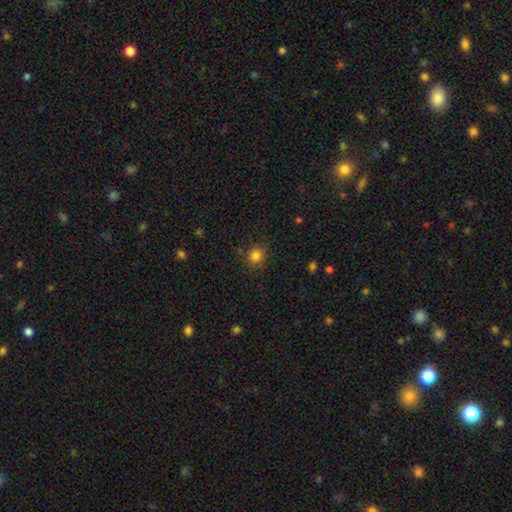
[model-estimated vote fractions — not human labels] Smooth or featured? smooth (83%)
How rounded? round (88%)
Merging? none (85%)